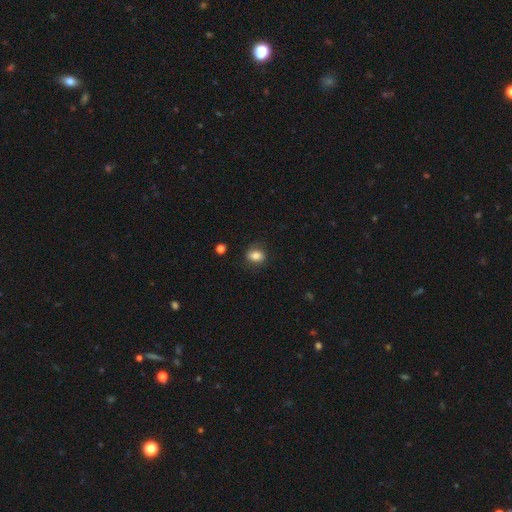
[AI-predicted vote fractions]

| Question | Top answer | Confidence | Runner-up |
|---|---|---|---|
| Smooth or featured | smooth | 79% | featured or disk (12%) |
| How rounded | in between | 62% | round (37%) |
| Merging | none | 77% | minor disturbance (16%) |